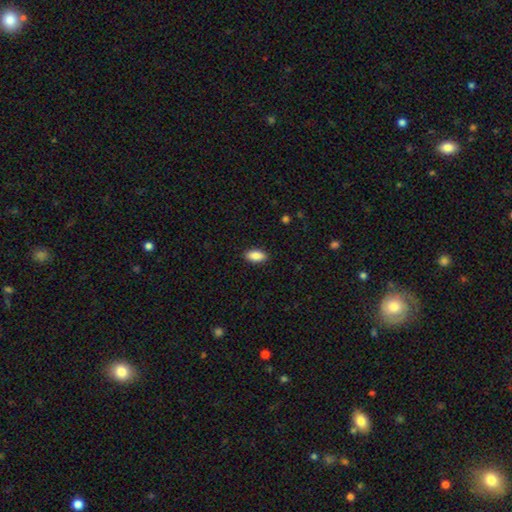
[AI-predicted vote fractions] Q: Smooth or featured?
A: smooth (89%); runner-up: star or artifact (7%)
Q: How rounded?
A: in between (89%); runner-up: cigar-shaped (8%)
Q: Merging?
A: none (89%); runner-up: minor disturbance (8%)